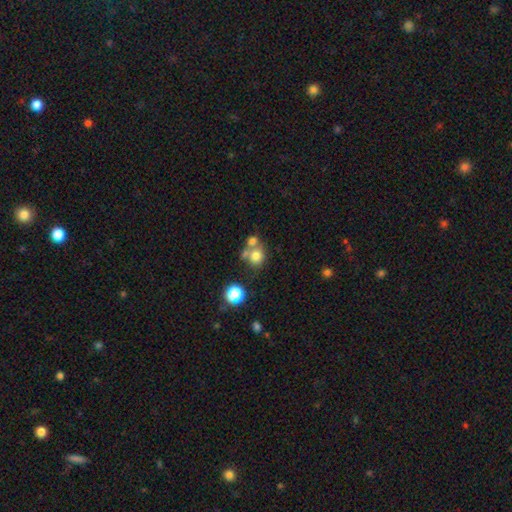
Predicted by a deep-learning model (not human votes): Smooth or featured?
  - smooth: 71% *
  - featured or disk: 15%
  - star or artifact: 14%
How rounded?
  - round: 77% *
  - in between: 22%
  - cigar-shaped: 1%
Merging?
  - none: 44% *
  - merger: 41%
  - minor disturbance: 10%
  - major disturbance: 5%